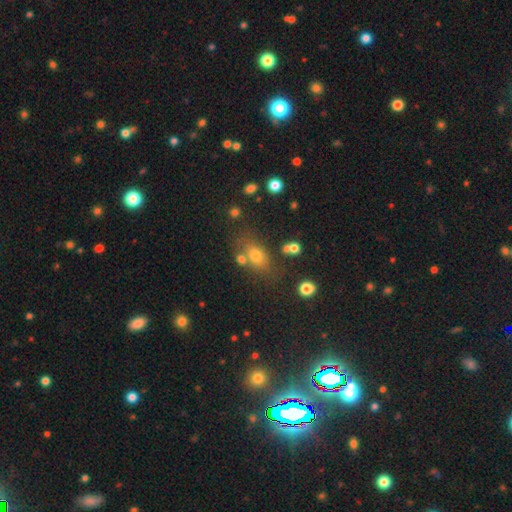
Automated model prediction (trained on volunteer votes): Smooth or featured? Predicted: smooth (p=0.70). How rounded? Predicted: in between (p=0.72). Merging? Predicted: none (p=0.65).